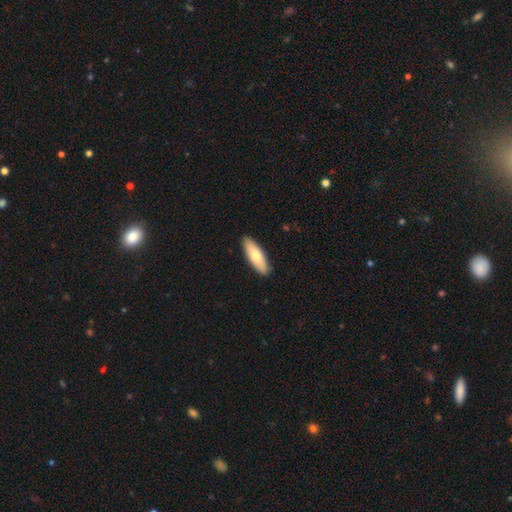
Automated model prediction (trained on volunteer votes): Morphology: type=smooth (72%); roundness=in between (58%); merging=none (90%).